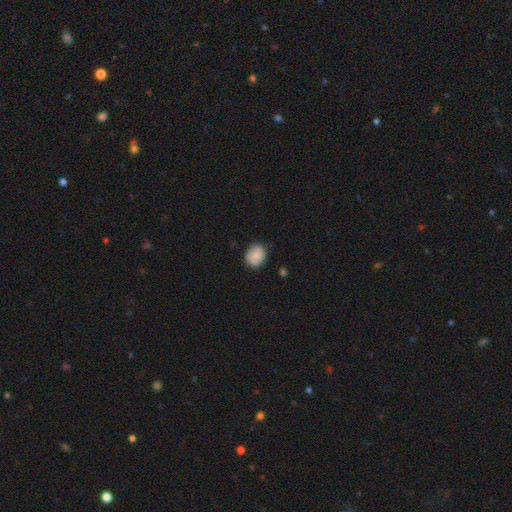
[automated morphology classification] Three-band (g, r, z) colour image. It shows a smooth galaxy with no disk features (76%) that is round (62%). Merging: none (76%).